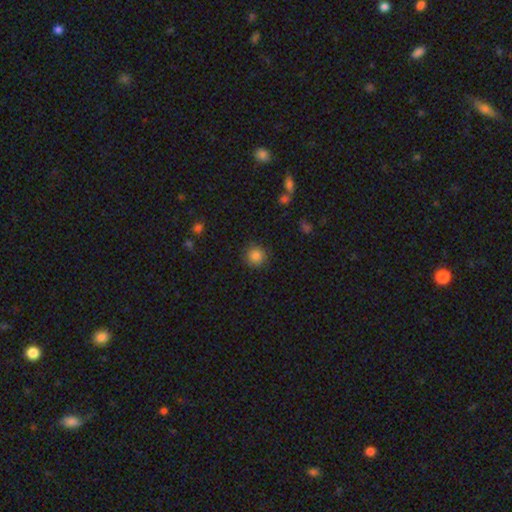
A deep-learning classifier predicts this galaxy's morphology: smooth_or_featured: smooth (p=0.85) [alt: star or artifact p=0.10]
how_rounded: round (p=0.93) [alt: in between p=0.06]
merging: none (p=0.88) [alt: minor disturbance p=0.08]